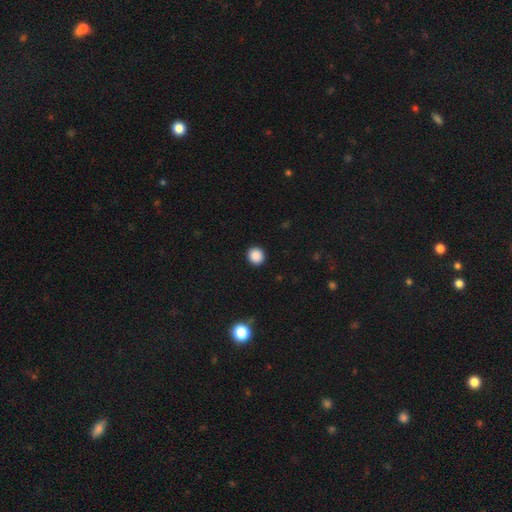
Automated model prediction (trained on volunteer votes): Smooth or featured?
  - smooth: 88% *
  - star or artifact: 10%
  - featured or disk: 2%
How rounded?
  - round: 91% *
  - in between: 8%
  - cigar-shaped: 1%
Merging?
  - none: 92% *
  - minor disturbance: 5%
  - major disturbance: 2%
  - merger: 1%